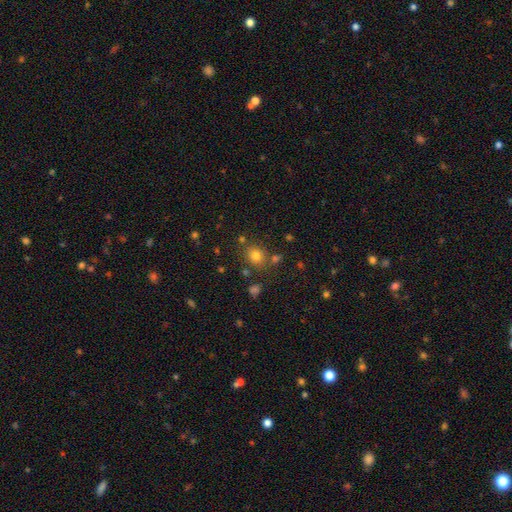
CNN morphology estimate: Smooth or featured? Predicted: smooth (p=0.77). How rounded? Predicted: round (p=0.71). Merging? Predicted: none (p=0.76).